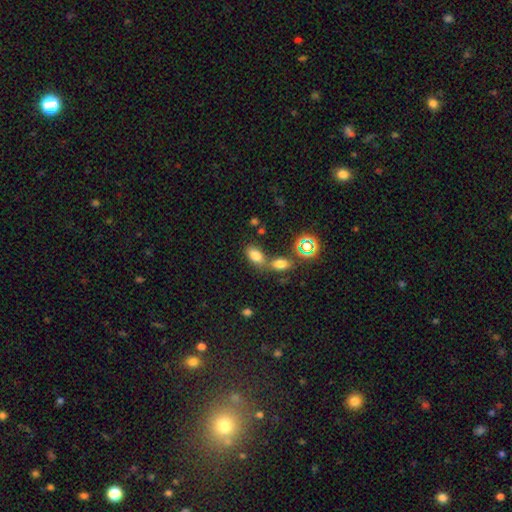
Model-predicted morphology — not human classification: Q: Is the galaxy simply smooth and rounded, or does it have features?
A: smooth — 77%.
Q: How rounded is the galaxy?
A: in between — 88%.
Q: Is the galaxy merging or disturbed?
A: none — 50%.